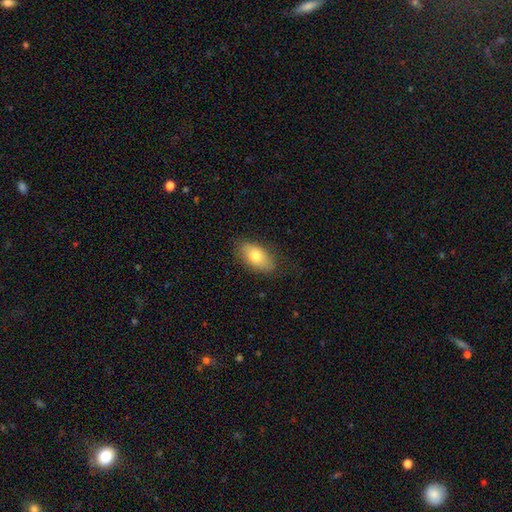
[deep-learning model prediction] Smooth or featured?
  - smooth: 75% *
  - featured or disk: 18%
  - star or artifact: 7%
How rounded?
  - in between: 91% *
  - round: 5%
  - cigar-shaped: 4%
Merging?
  - none: 81% *
  - minor disturbance: 14%
  - major disturbance: 3%
  - merger: 1%